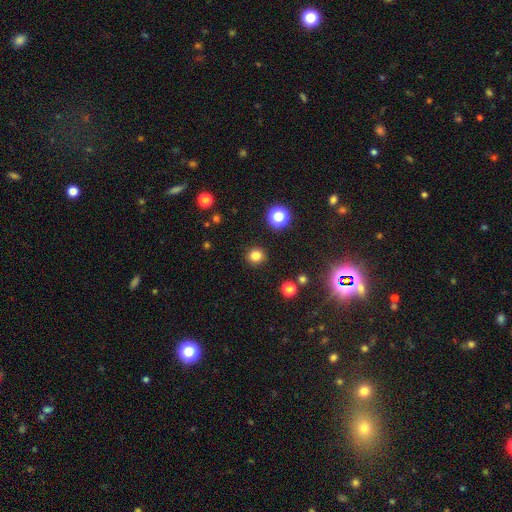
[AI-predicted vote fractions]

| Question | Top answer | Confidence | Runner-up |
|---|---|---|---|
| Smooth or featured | smooth | 82% | star or artifact (14%) |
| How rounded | round | 91% | in between (8%) |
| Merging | none | 91% | minor disturbance (5%) |